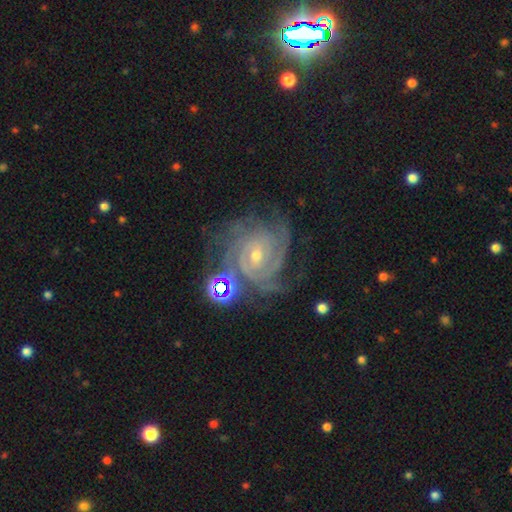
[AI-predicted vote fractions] smooth_or_featured: featured or disk (p=0.88) [alt: star or artifact p=0.07]
disk_edge_on: no (p=0.97) [alt: yes p=0.03]
bar: no (p=0.50) [alt: weak p=0.38]
has_spiral_arms: yes (p=0.98) [alt: no p=0.02]
spiral_winding: tight (p=0.75) [alt: medium p=0.21]
spiral_arm_count: 3 (p=0.26) [alt: 4 p=0.24]
bulge_size: small (p=0.58) [alt: moderate p=0.39]
merging: none (p=0.60) [alt: minor disturbance p=0.21]